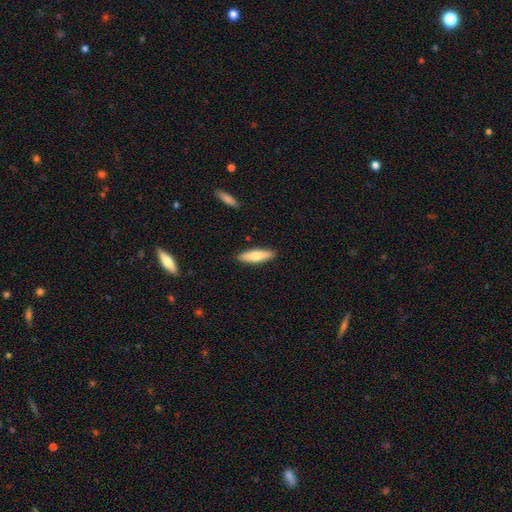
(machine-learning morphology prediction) Smooth or featured: smooth — 68% (featured or disk — 26%)
How rounded: cigar-shaped — 57% (in between — 41%)
Merging: none — 89% (minor disturbance — 8%)